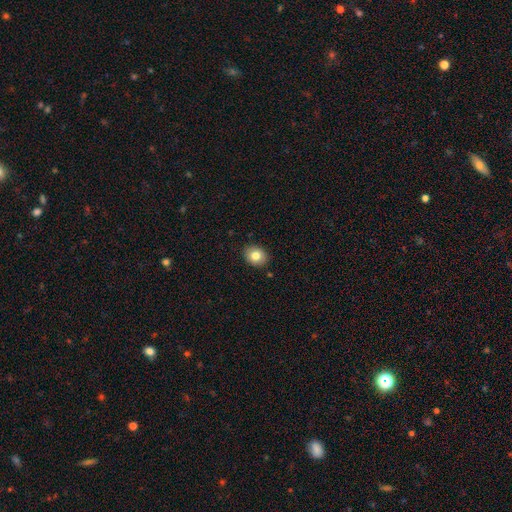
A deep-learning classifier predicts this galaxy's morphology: Smooth or featured: smooth — 81% (featured or disk — 10%)
How rounded: round — 52% (in between — 47%)
Merging: none — 89% (minor disturbance — 8%)